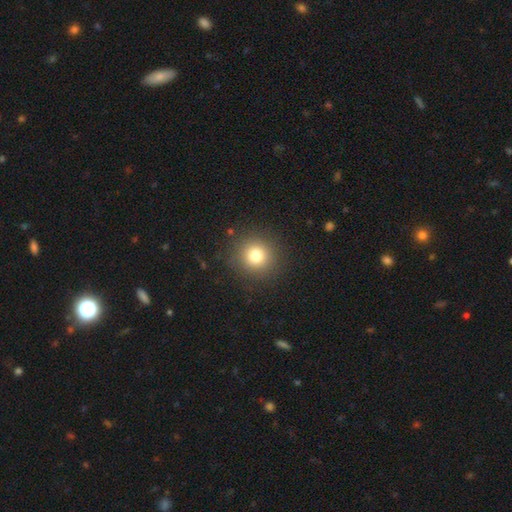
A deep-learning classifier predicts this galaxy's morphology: smooth-or-featured: smooth: 79% | star or artifact: 13% | featured or disk: 8%
  how-rounded: round: 94% | in between: 5% | cigar-shaped: 1%
  merging: none: 90% | minor disturbance: 6% | major disturbance: 3% | merger: 1%